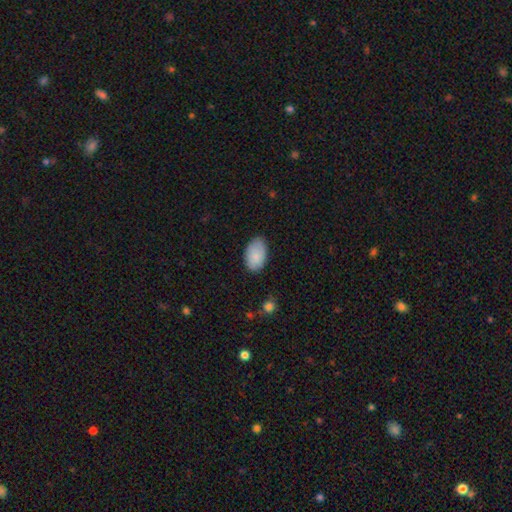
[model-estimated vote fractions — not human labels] smooth 87%, featured or disk 7%, star or artifact 6%. Down the decision tree: how rounded — in between (93%); merging — none (78%).